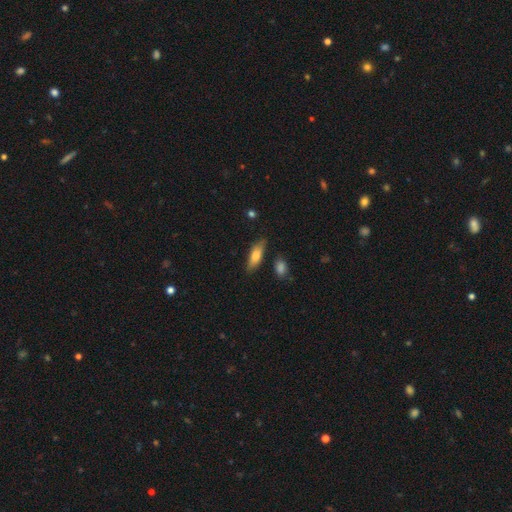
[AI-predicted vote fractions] A smooth galaxy with no disk features (71%) that is in between round and cigar-shaped (54%).

Vote fractions:
- Smooth or featured? smooth: 71% / featured or disk: 22% / star or artifact: 7%
- How rounded? in between: 54% / cigar-shaped: 43% / round: 3%
- Merging? none: 78% / minor disturbance: 15% / major disturbance: 3% / merger: 3%